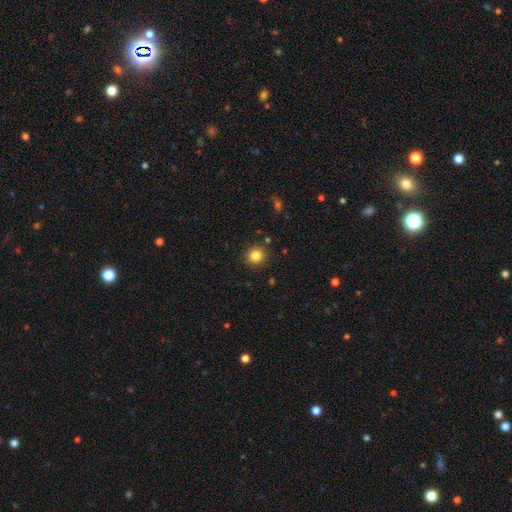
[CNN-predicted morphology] smooth_or_featured: smooth (p=0.83) [alt: star or artifact p=0.12]
how_rounded: round (p=0.91) [alt: in between p=0.08]
merging: none (p=0.90) [alt: minor disturbance p=0.06]